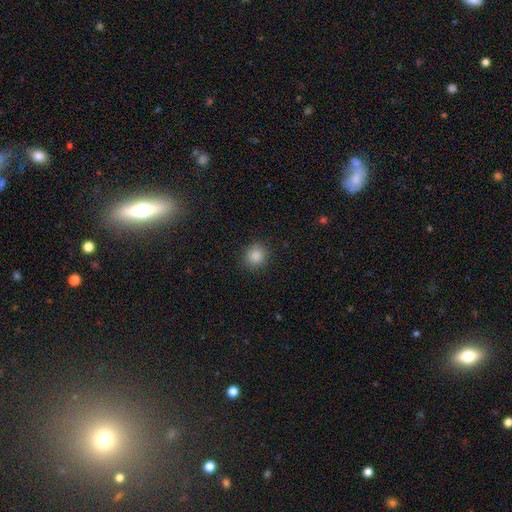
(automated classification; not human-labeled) A smooth galaxy with no disk features (86%) that is round (88%).

Vote fractions:
- Smooth or featured? smooth: 86% / star or artifact: 10% / featured or disk: 3%
- How rounded? round: 88% / in between: 11% / cigar-shaped: 1%
- Merging? none: 90% / minor disturbance: 7% / major disturbance: 2% / merger: 1%